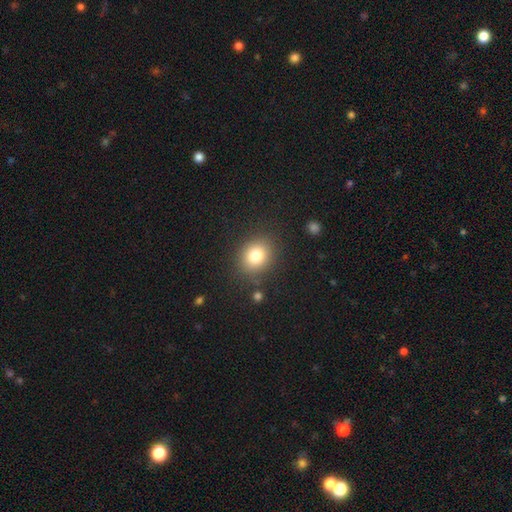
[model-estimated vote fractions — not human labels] Q: Smooth or featured?
A: smooth (80%); runner-up: star or artifact (11%)
Q: How rounded?
A: round (68%); runner-up: in between (31%)
Q: Merging?
A: none (85%); runner-up: minor disturbance (9%)